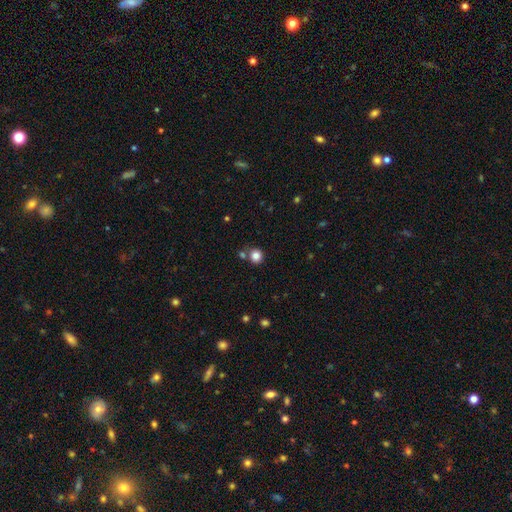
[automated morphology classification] Q: Smooth or featured?
A: smooth (83%); runner-up: star or artifact (12%)
Q: How rounded?
A: round (90%); runner-up: in between (9%)
Q: Merging?
A: none (75%); runner-up: merger (13%)